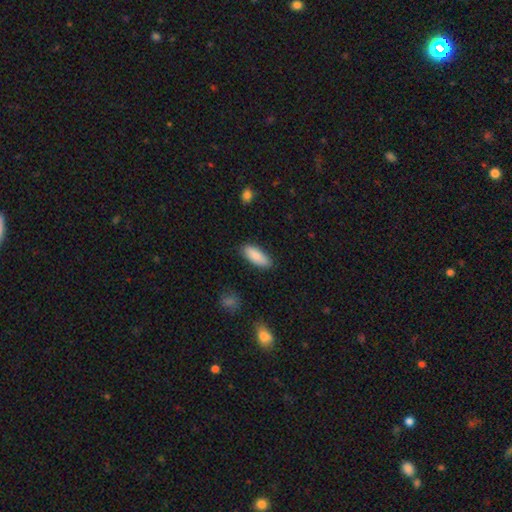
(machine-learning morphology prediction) smooth 88%, featured or disk 6%, star or artifact 6%. Down the decision tree: how rounded — in between (75%); merging — none (87%).